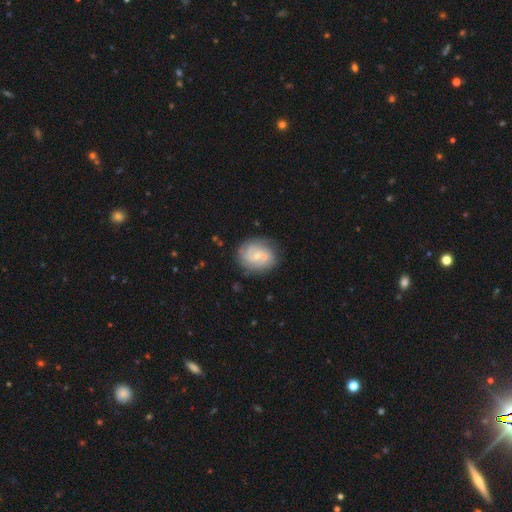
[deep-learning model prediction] Smooth or featured: featured or disk — 61% (smooth — 31%)
Edge-on disk: no — 97% (yes — 3%)
Bar: no — 74% (weak — 22%)
Spiral arms: yes — 77% (no — 23%)
Bulge size: small — 66% (moderate — 27%)
Merging: none — 56% (merger — 20%)